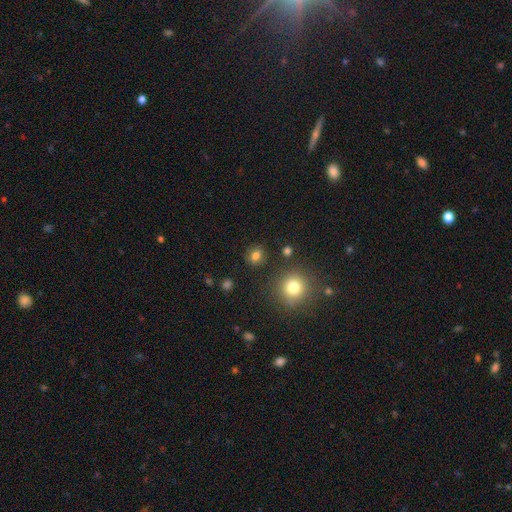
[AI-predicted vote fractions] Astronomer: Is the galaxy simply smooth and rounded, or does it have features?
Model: smooth — 80%.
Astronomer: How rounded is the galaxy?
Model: round — 70%.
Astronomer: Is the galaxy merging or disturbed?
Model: none — 85%.